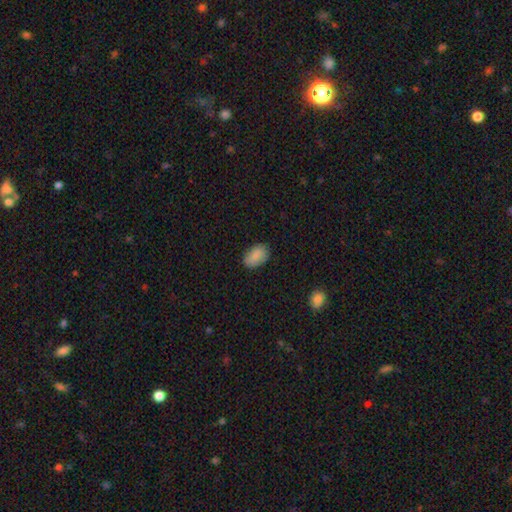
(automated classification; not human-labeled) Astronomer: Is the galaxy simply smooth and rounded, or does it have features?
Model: smooth — 87%.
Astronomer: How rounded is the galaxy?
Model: in between — 89%.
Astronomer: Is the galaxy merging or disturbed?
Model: none — 81%.